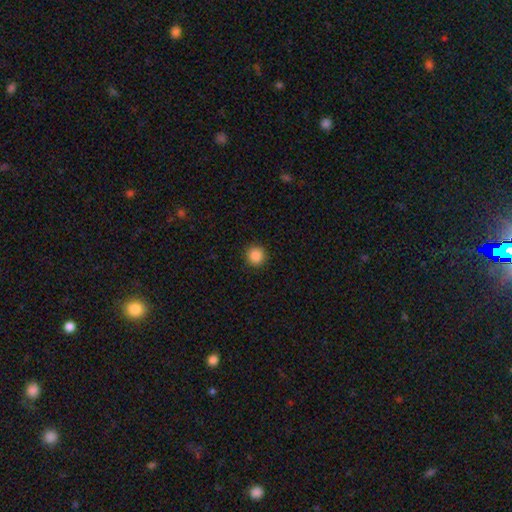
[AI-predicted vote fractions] This appears to be a smooth galaxy with no disk features (88%) that is round (94%). Merging: none (92%).